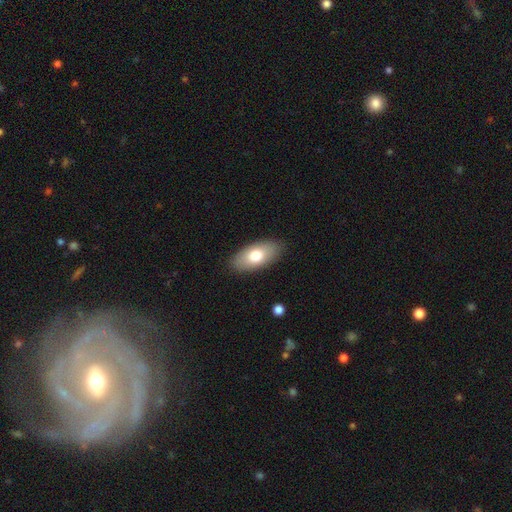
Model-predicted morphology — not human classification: Smooth or featured? smooth (73%)
How rounded? in between (91%)
Merging? none (87%)